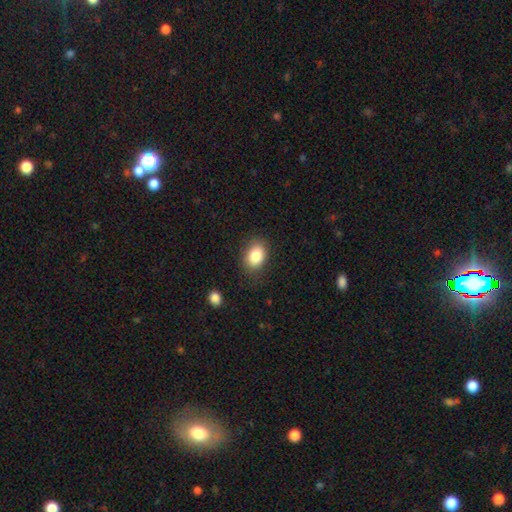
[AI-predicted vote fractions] Morphology: type=smooth (85%); roundness=in between (72%); merging=none (82%).